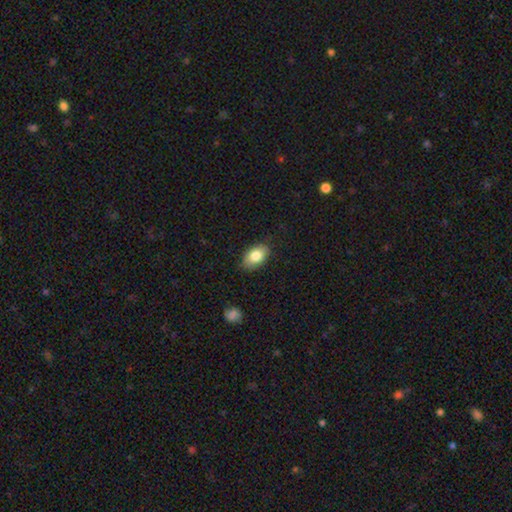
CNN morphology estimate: Q: Smooth or featured?
A: smooth (82%); runner-up: featured or disk (11%)
Q: How rounded?
A: in between (90%); runner-up: round (8%)
Q: Merging?
A: none (83%); runner-up: minor disturbance (14%)